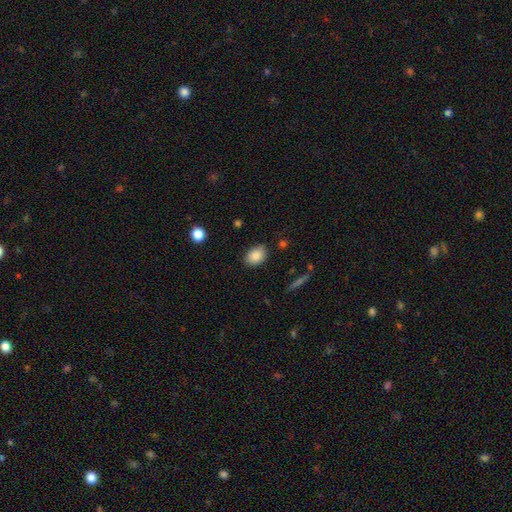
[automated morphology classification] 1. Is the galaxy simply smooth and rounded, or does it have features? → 85% smooth, 8% star or artifact, 7% featured or disk.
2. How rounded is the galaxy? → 79% in between, 20% round, 1% cigar-shaped.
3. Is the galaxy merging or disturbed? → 84% none, 12% minor disturbance, 3% major disturbance, 1% merger.